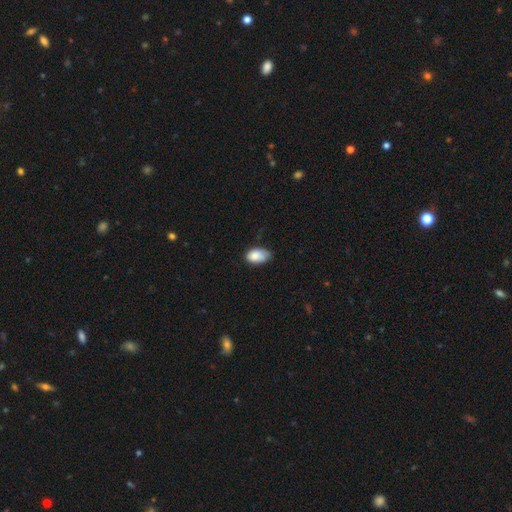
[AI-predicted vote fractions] Morphology: type=smooth (85%); roundness=in between (91%); merging=none (51%).